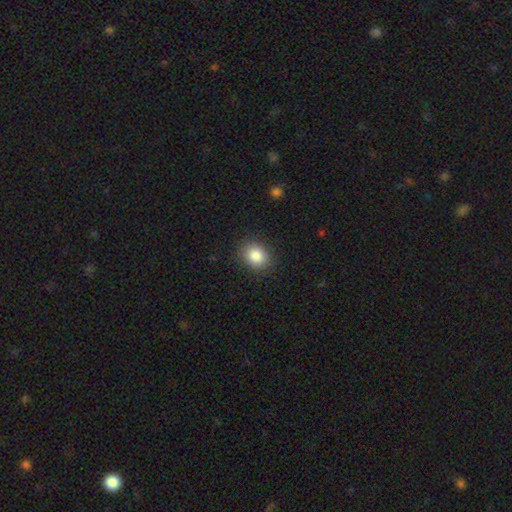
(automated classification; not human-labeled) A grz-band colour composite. It shows a smooth galaxy with no disk features (86%) that is round (53%). Merging: none (88%).